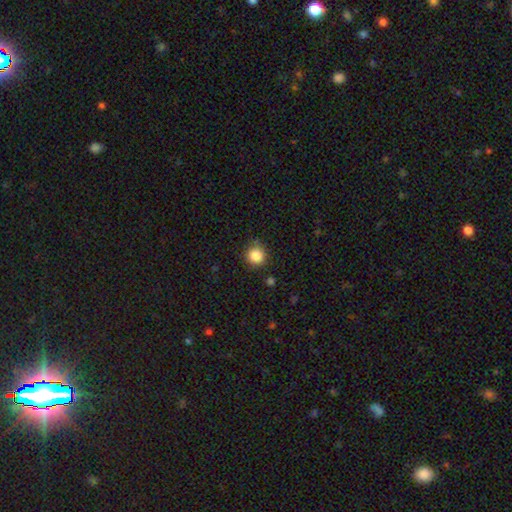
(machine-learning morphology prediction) Smooth or featured?
  - smooth: 86% *
  - star or artifact: 10%
  - featured or disk: 3%
How rounded?
  - round: 92% *
  - in between: 7%
  - cigar-shaped: 1%
Merging?
  - none: 84% *
  - minor disturbance: 11%
  - major disturbance: 3%
  - merger: 2%